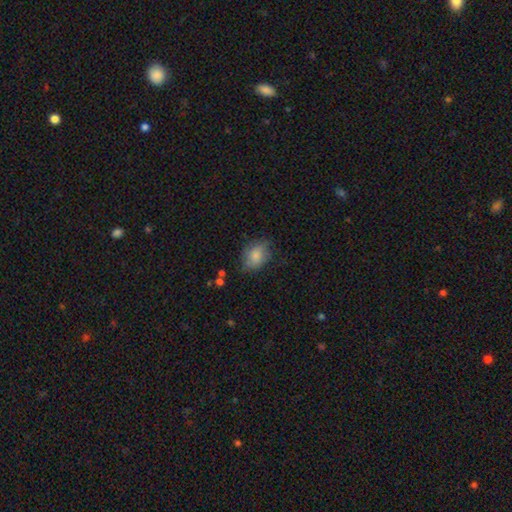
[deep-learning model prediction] A smooth galaxy with no disk features (78%) that is in between round and cigar-shaped (71%). Merging: none (63%).